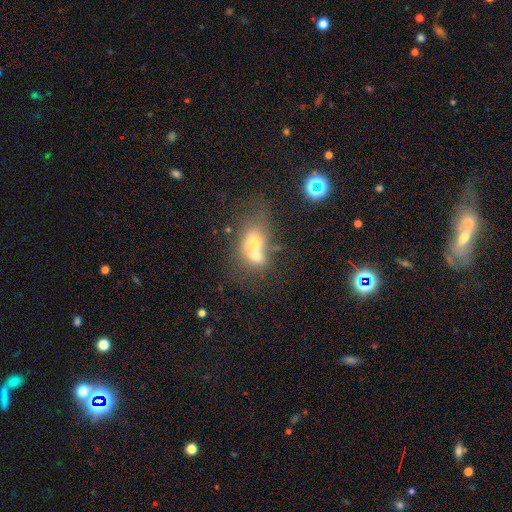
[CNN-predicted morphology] Smooth or featured? Predicted: smooth (p=0.59). How rounded? Predicted: in between (p=0.55). Merging? Predicted: merger (p=0.71).